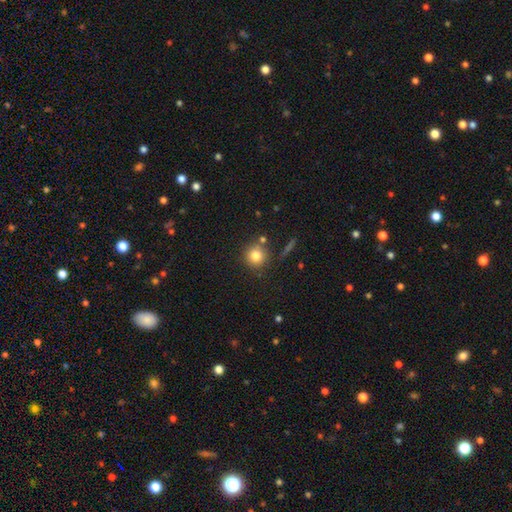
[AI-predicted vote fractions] The model was most divided on "merging": none: 77%, merger: 10%, minor disturbance: 10%, major disturbance: 3%. More confident: how rounded — round (93%); smooth or featured — smooth (80%).